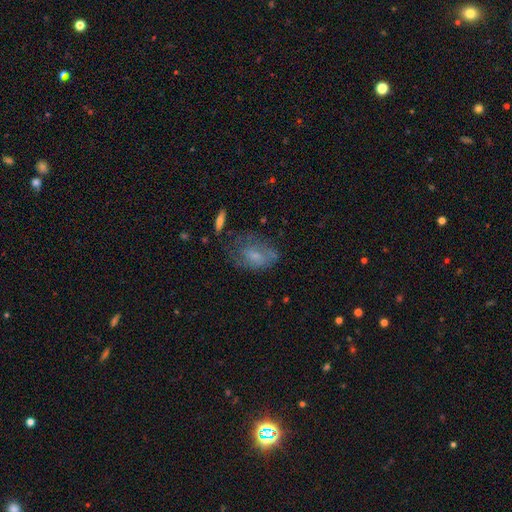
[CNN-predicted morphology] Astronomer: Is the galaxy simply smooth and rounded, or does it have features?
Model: smooth — 51% (runner-up: featured or disk, 38%).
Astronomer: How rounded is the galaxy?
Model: in between — 79%.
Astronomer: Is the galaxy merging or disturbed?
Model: none — 48% (runner-up: minor disturbance, 27%).